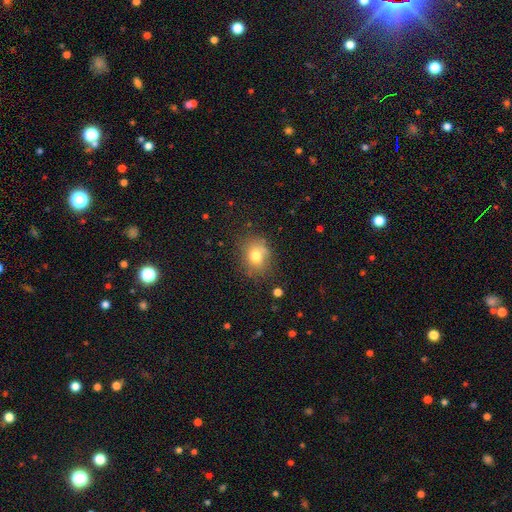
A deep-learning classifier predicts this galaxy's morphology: A smooth galaxy with no disk features (74%) that is round (56%).

Vote fractions:
- Smooth or featured? smooth: 74% / featured or disk: 14% / star or artifact: 12%
- How rounded? round: 56% / in between: 43% / cigar-shaped: 1%
- Merging? none: 69% / minor disturbance: 21% / major disturbance: 7% / merger: 3%